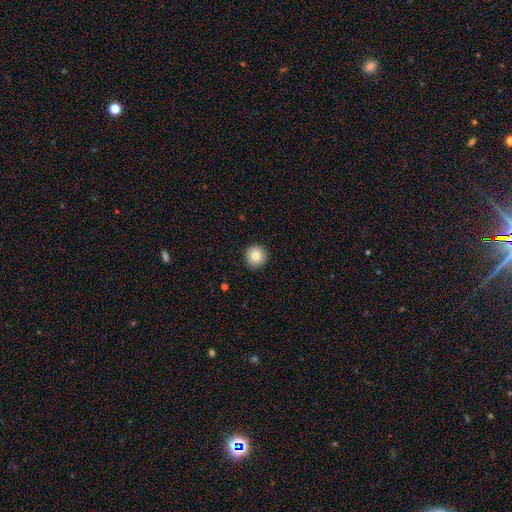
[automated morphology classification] smooth_or_featured: smooth (p=0.83) [alt: star or artifact p=0.09]
how_rounded: round (p=0.95) [alt: in between p=0.04]
merging: none (p=0.91) [alt: minor disturbance p=0.06]